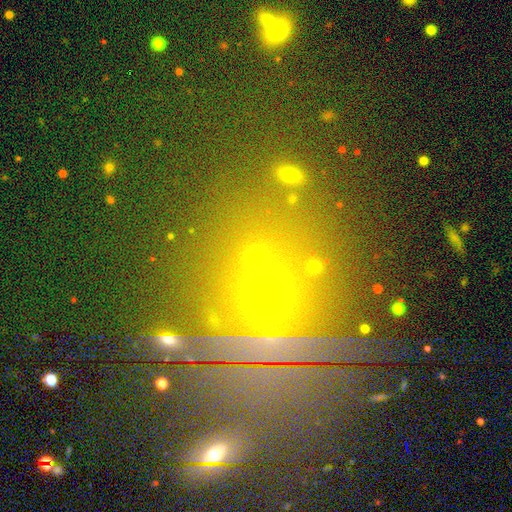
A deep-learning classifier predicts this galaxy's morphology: smooth 59%, star or artifact 31%, featured or disk 10%. Down the decision tree: how rounded — round (66%); merging — none (69%).